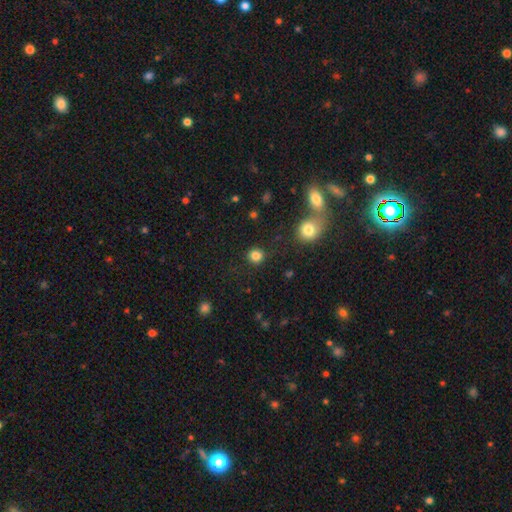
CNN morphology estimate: type=smooth (84%); roundness=round (90%); merging=none (87%).